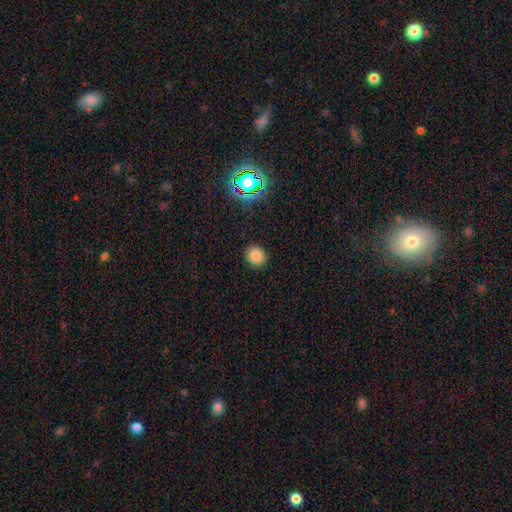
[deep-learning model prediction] This appears to be a smooth galaxy with no disk features (82%) that is round (81%). Merging: none (89%).